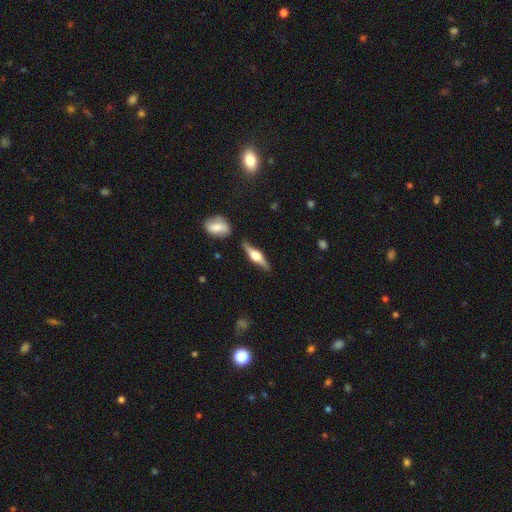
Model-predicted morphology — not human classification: Overall: featured or disk (72%). Edge-on disk: yes (96%). Edge-on bulge: rounded (91%). Merging: none (81%).